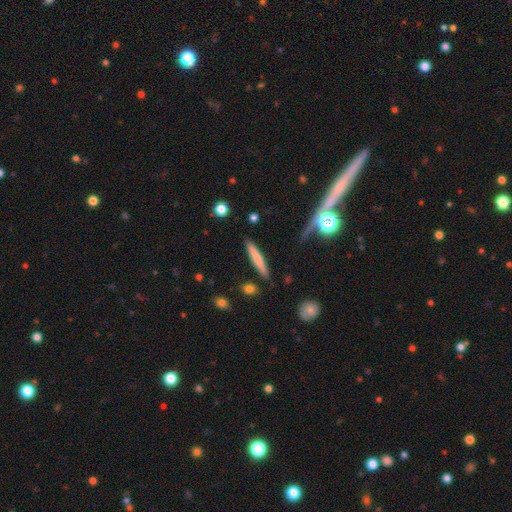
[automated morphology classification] Smooth or featured? Predicted: smooth (p=0.70). How rounded? Predicted: cigar-shaped (p=0.94). Merging? Predicted: none (p=0.87).